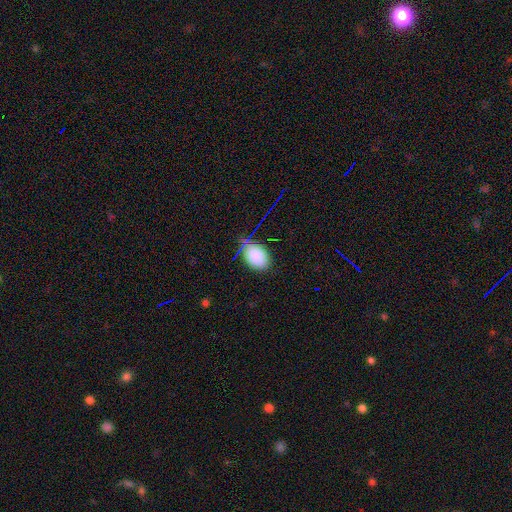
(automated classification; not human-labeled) Morphology: type=smooth (83%); roundness=in between (85%); merging=none (67%).